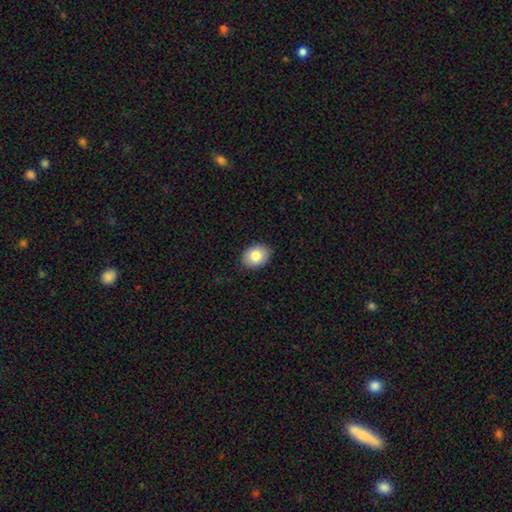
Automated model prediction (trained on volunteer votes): This is clearly a smooth galaxy (83%). How rounded: likely in between (71%). Merging: clearly none (89%).